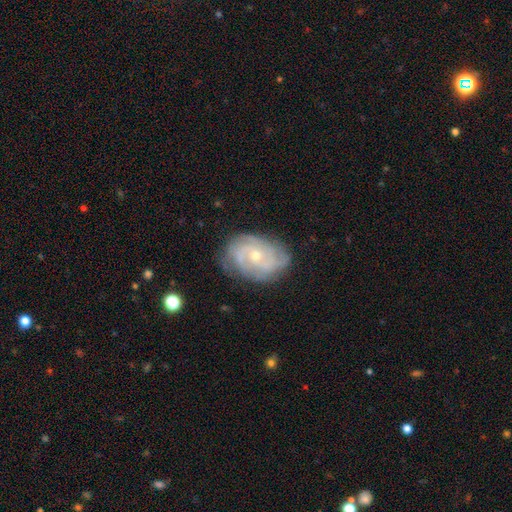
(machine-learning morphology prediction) smooth_or_featured: featured or disk (p=0.80) [alt: smooth p=0.13]
disk_edge_on: no (p=0.97) [alt: yes p=0.03]
bar: no (p=0.75) [alt: weak p=0.21]
has_spiral_arms: yes (p=0.93) [alt: no p=0.07]
spiral_winding: tight (p=0.62) [alt: medium p=0.30]
spiral_arm_count: can't tell (p=0.34) [alt: 3 p=0.22]
bulge_size: small (p=0.61) [alt: moderate p=0.37]
merging: none (p=0.75) [alt: minor disturbance p=0.18]